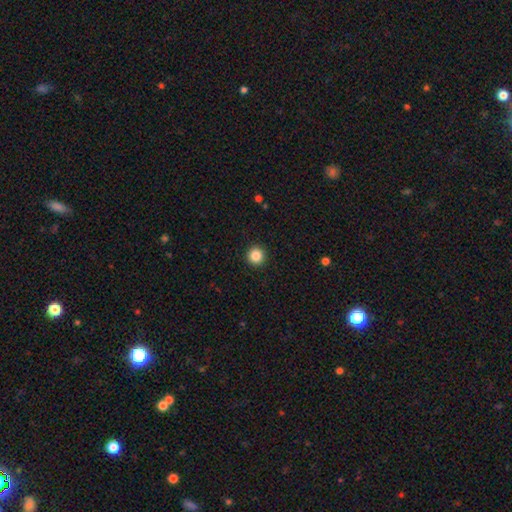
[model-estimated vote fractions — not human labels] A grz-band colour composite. It shows a smooth galaxy with no disk features (85%) that is round (96%). Merging: none (93%).